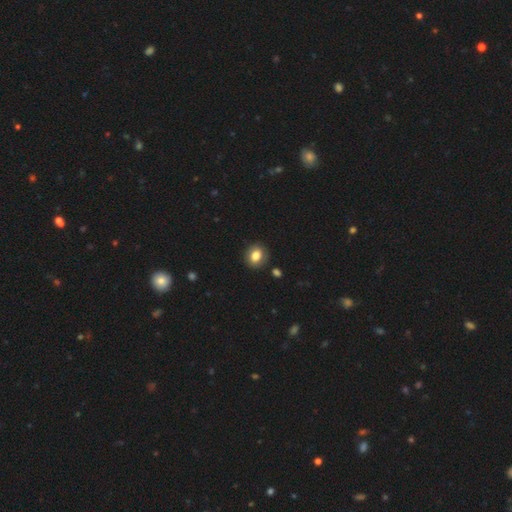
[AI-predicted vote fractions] smooth_or_featured: smooth (p=0.83) [alt: star or artifact p=0.09]
how_rounded: round (p=0.66) [alt: in between p=0.33]
merging: none (p=0.88) [alt: minor disturbance p=0.08]